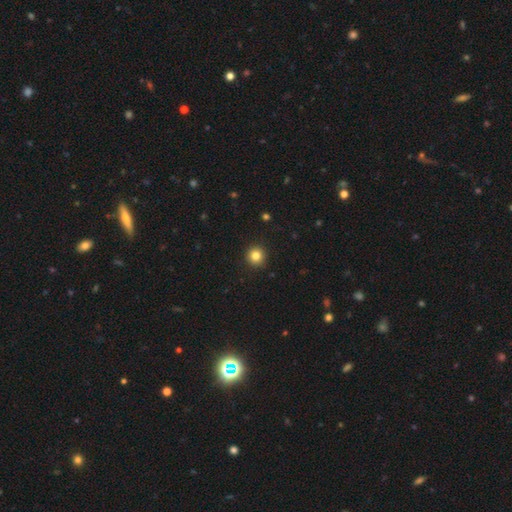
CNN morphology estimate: This is clearly a smooth galaxy (83%). How rounded: clearly round (95%). Merging: clearly none (93%).